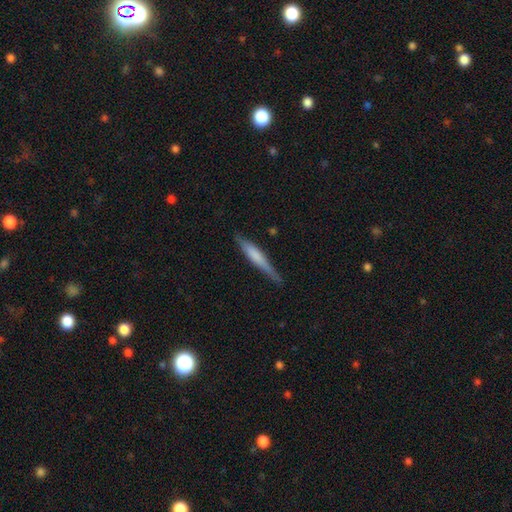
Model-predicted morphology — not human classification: A smooth galaxy with no disk features (53%) that is cigar-shaped (93%).

Vote fractions:
- Smooth or featured? smooth: 53% / featured or disk: 41% / star or artifact: 6%
- How rounded? cigar-shaped: 93% / in between: 5% / round: 1%
- Merging? none: 80% / minor disturbance: 15% / major disturbance: 3% / merger: 2%